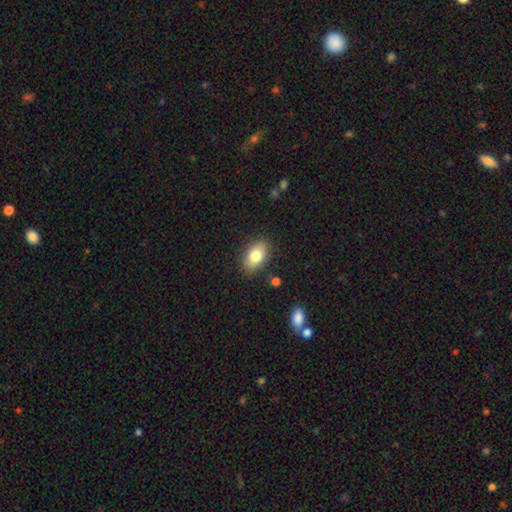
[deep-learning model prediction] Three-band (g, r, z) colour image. It shows a smooth galaxy with no disk features (79%) that is in between round and cigar-shaped (90%). Merging: none (86%).